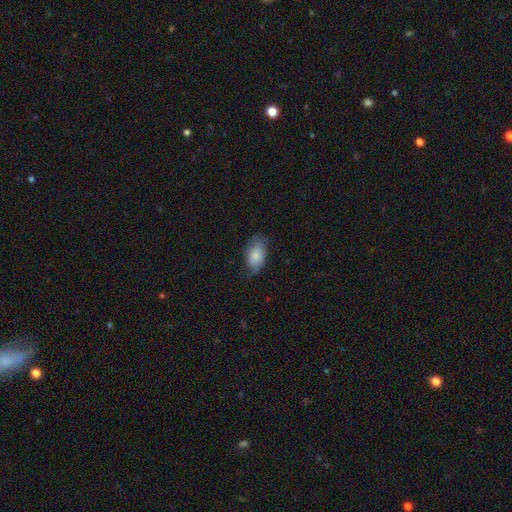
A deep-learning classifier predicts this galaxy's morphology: Smooth or featured? smooth (81%)
How rounded? in between (92%)
Merging? none (64%)